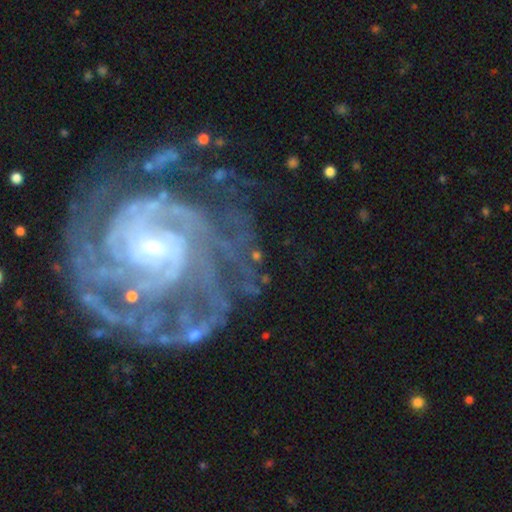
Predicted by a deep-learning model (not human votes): featured or disk 66%, star or artifact 18%, smooth 16%. Down the decision tree: edge-on disk — no (94%); bar — no (35%); spiral arms — yes (89%); spiral arm count — 2 (28%); spiral winding — tight (59%); bulge size — small (49%); merging — none (68%).